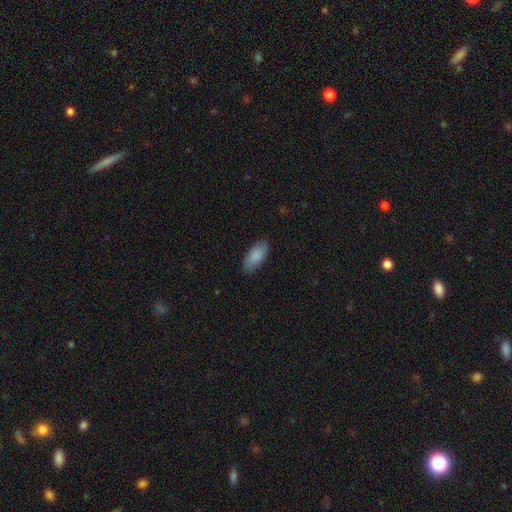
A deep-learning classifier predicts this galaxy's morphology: This appears to be a smooth galaxy with no disk features (85%) that is in between round and cigar-shaped (88%). Merging: none (81%).